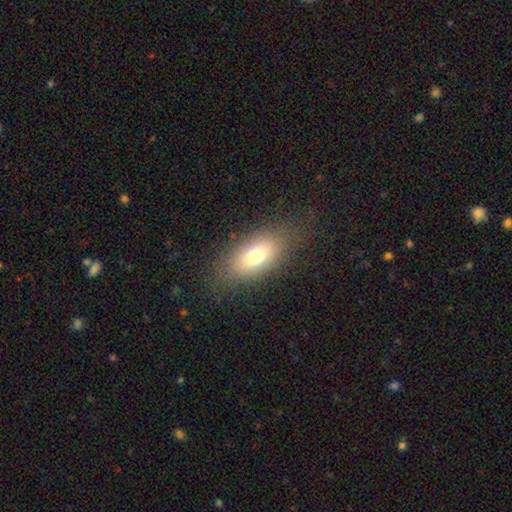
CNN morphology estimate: This appears to be a smooth galaxy with no disk features (73%) that is in between round and cigar-shaped (87%). Merging: none (79%).